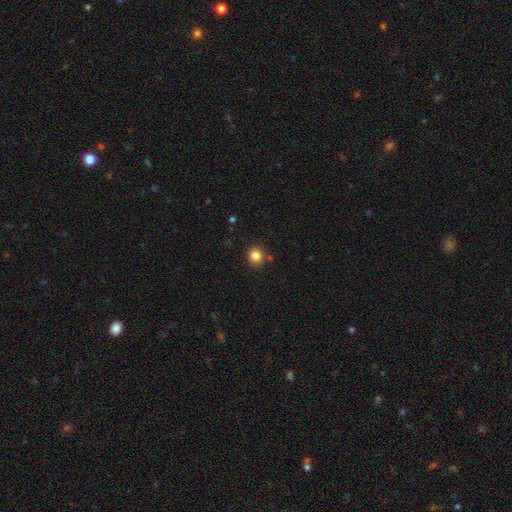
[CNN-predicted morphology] This is clearly a smooth galaxy (83%). How rounded: clearly round (90%). Merging: clearly none (85%).